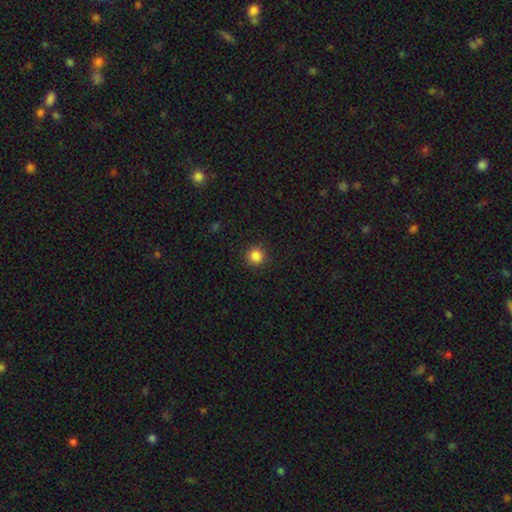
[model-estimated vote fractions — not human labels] A smooth galaxy with no disk features (85%) that is round (95%). Merging: none (91%).